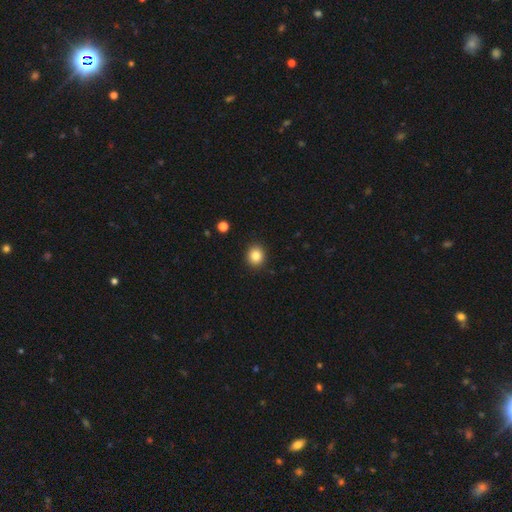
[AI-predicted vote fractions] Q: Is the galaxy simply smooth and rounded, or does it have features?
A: smooth — 84%.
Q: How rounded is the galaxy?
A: round — 80%.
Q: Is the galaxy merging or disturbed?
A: none — 91%.